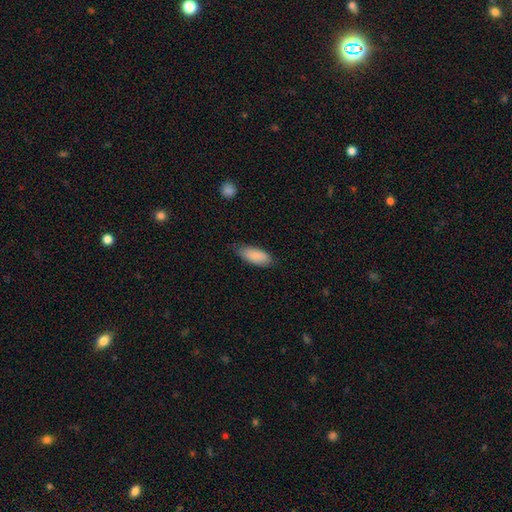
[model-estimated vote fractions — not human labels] Smooth or featured: smooth — 89% (star or artifact — 6%)
How rounded: in between — 81% (cigar-shaped — 17%)
Merging: none — 78% (minor disturbance — 18%)